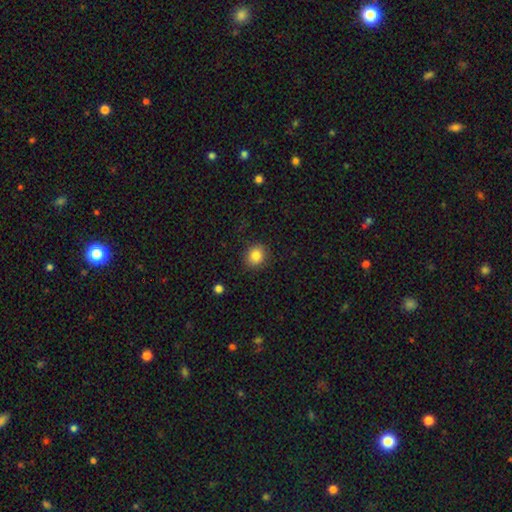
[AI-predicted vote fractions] A smooth galaxy with no disk features (85%) that is round (74%).

Vote fractions:
- Smooth or featured? smooth: 85% / star or artifact: 10% / featured or disk: 6%
- How rounded? round: 74% / in between: 25% / cigar-shaped: 1%
- Merging? none: 87% / minor disturbance: 9% / major disturbance: 3% / merger: 1%